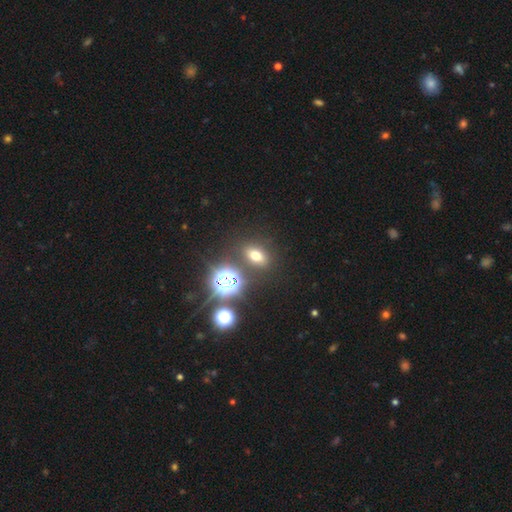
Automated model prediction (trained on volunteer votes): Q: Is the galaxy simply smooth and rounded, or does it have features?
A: smooth — 58%.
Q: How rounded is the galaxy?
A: in between — 66%.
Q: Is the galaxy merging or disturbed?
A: none — 84%.